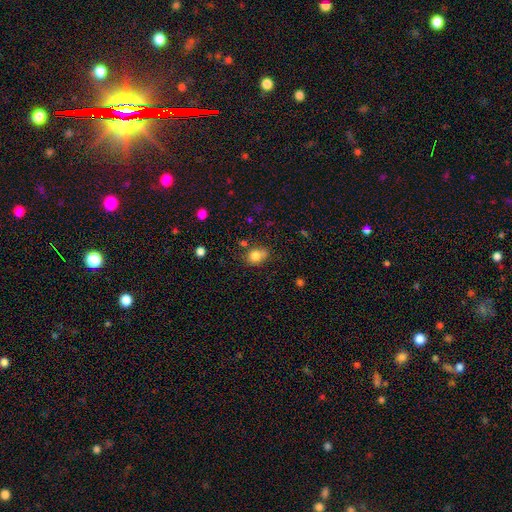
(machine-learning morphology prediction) smooth-or-featured: smooth: 80% | star or artifact: 11% | featured or disk: 8%
  how-rounded: round: 68% | in between: 31% | cigar-shaped: 1%
  merging: none: 58% | minor disturbance: 19% | merger: 17% | major disturbance: 6%